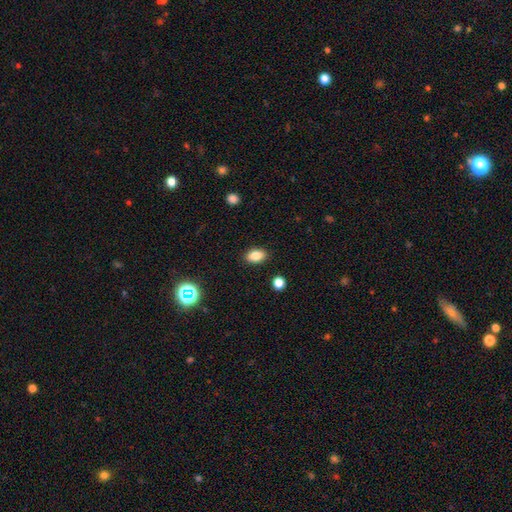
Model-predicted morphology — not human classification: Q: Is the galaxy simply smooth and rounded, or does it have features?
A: smooth — 83%.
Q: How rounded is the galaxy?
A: in between — 85%.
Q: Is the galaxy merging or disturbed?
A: none — 89%.